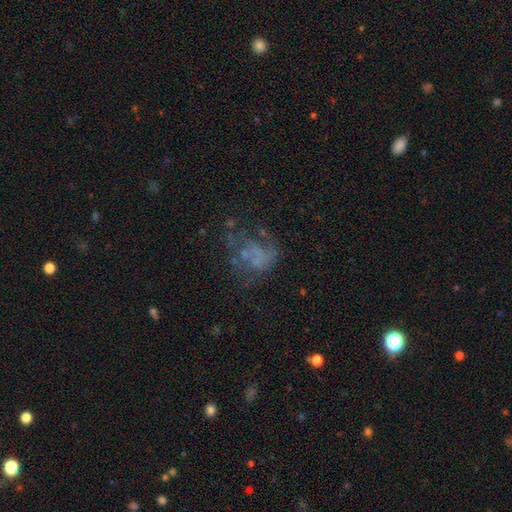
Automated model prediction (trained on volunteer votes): Smooth or featured? featured or disk (52%)
Edge-on disk? no (98%)
Bar? no (91%)
Spiral arms? no (84%)
Bulge size? none (79%)
Merging? none (39%)